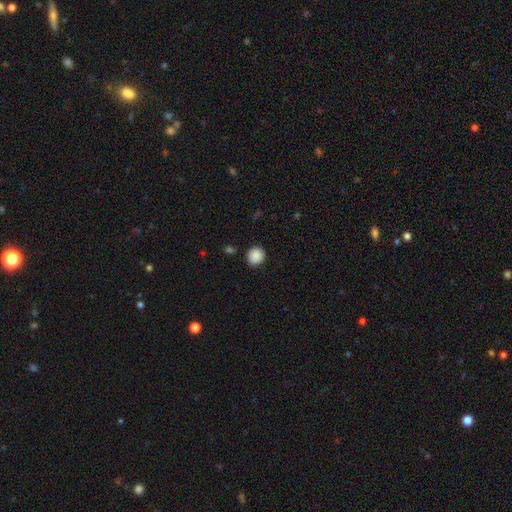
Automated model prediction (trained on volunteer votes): smooth-or-featured: smooth: 89% | star or artifact: 8% | featured or disk: 3%
  how-rounded: round: 91% | in between: 8% | cigar-shaped: 1%
  merging: none: 90% | minor disturbance: 6% | major disturbance: 2% | merger: 2%